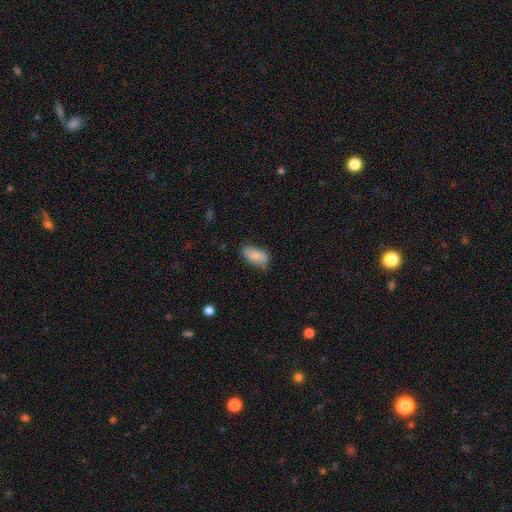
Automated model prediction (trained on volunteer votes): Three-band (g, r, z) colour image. It shows a smooth galaxy with no disk features (75%) that is in between round and cigar-shaped (92%). Merging: none (67%).